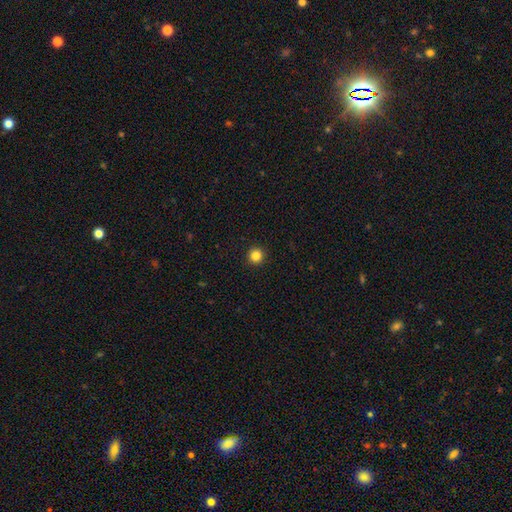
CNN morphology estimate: Smooth or featured: smooth — 84% (star or artifact — 12%)
How rounded: round — 96% (in between — 3%)
Merging: none — 93% (minor disturbance — 4%)